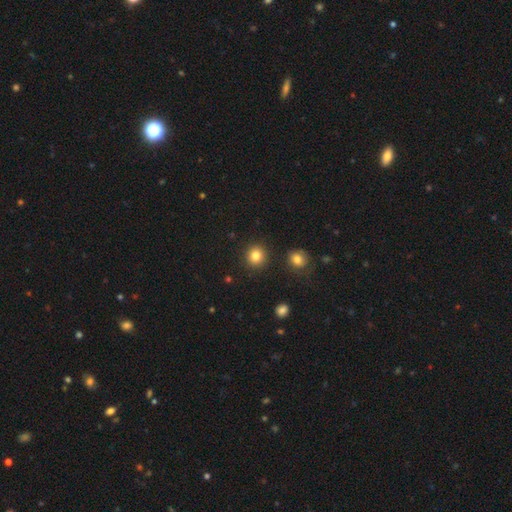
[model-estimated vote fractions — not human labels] smooth-or-featured: smooth: 83% | star or artifact: 11% | featured or disk: 6%
  how-rounded: round: 92% | in between: 7% | cigar-shaped: 1%
  merging: none: 91% | minor disturbance: 5% | merger: 2% | major disturbance: 2%